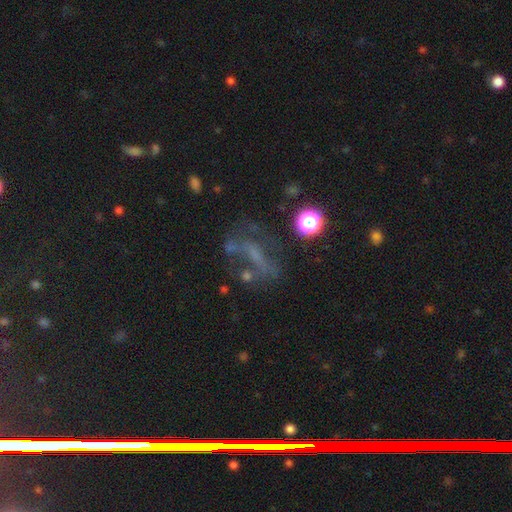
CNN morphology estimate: featured or disk 44%, star or artifact 33%, smooth 23%. Down the decision tree: merging — none (45%).